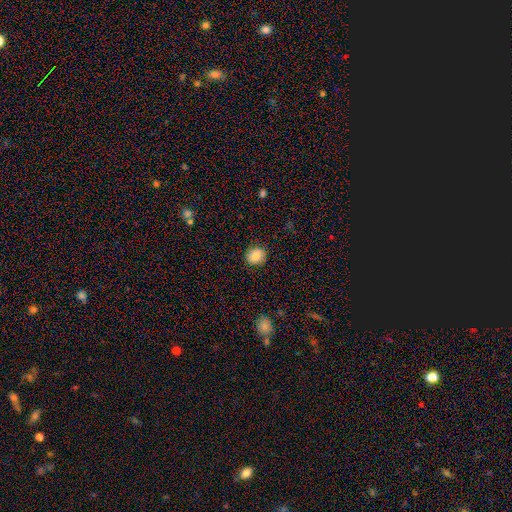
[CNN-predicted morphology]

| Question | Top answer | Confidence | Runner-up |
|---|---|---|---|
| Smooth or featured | smooth | 82% | featured or disk (9%) |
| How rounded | round | 76% | in between (23%) |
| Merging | none | 85% | minor disturbance (11%) |